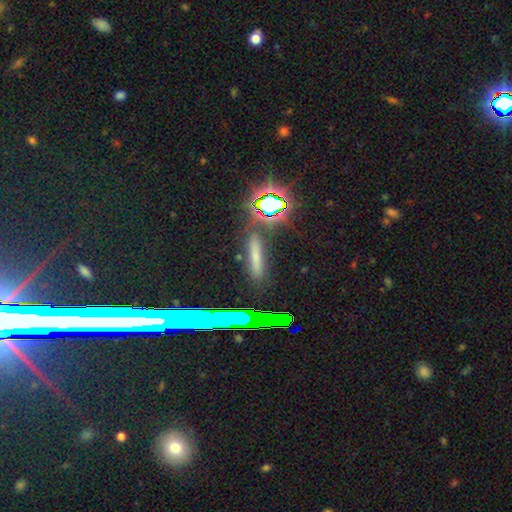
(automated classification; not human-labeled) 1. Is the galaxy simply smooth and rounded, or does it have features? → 49% smooth, 31% star or artifact, 20% featured or disk.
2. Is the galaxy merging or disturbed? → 85% none, 9% minor disturbance, 3% merger, 3% major disturbance.